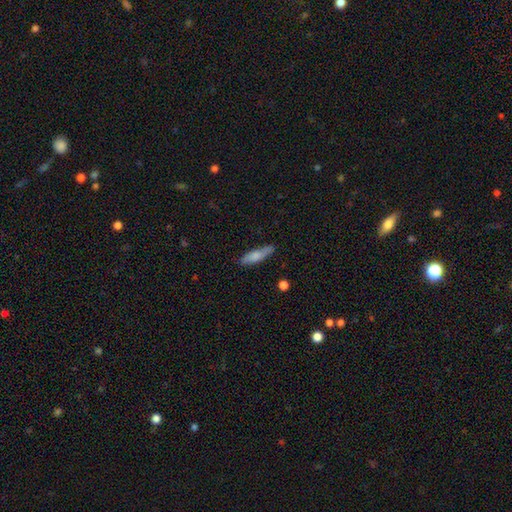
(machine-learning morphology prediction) Smooth or featured?
  - smooth: 75% *
  - featured or disk: 19%
  - star or artifact: 6%
How rounded?
  - cigar-shaped: 72% *
  - in between: 26%
  - round: 2%
Merging?
  - none: 81% *
  - minor disturbance: 15%
  - major disturbance: 3%
  - merger: 2%